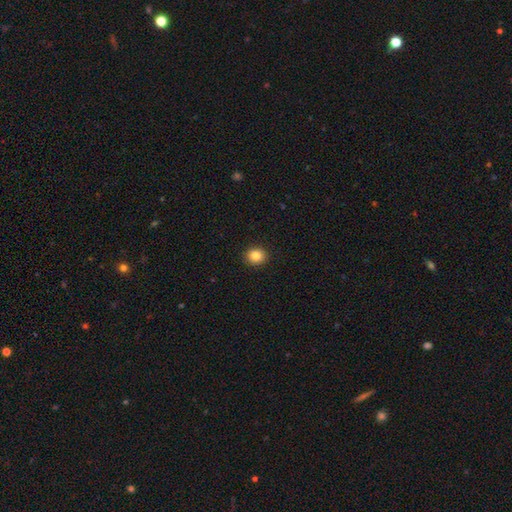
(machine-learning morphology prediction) The model was most divided on "how rounded": round: 80%, in between: 19%, cigar-shaped: 1%. More confident: merging — none (92%); smooth or featured — smooth (85%).